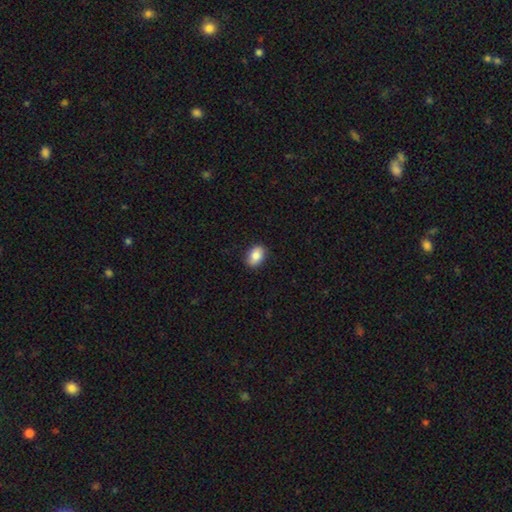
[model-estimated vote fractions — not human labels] Morphology: type=smooth (85%); roundness=in between (84%); merging=none (89%).